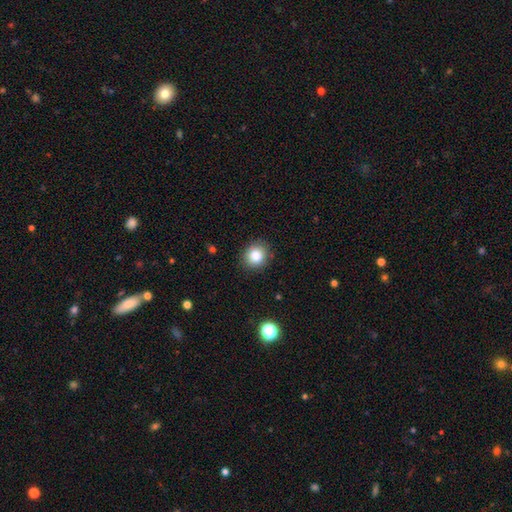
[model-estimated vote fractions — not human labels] Smooth or featured? smooth (84%)
How rounded? round (78%)
Merging? none (85%)